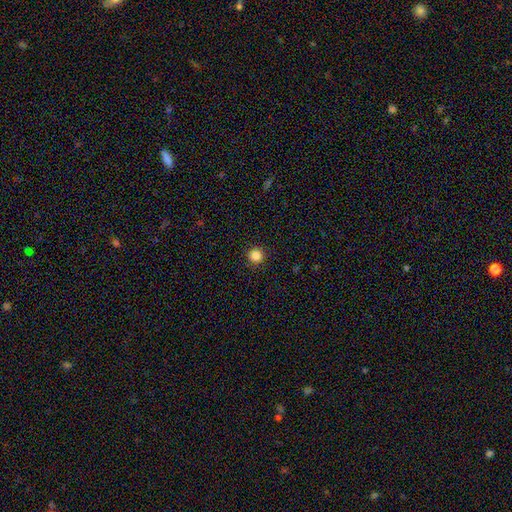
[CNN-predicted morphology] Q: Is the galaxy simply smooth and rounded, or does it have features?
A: smooth — 85%.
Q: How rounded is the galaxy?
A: round — 96%.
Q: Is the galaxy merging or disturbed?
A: none — 93%.